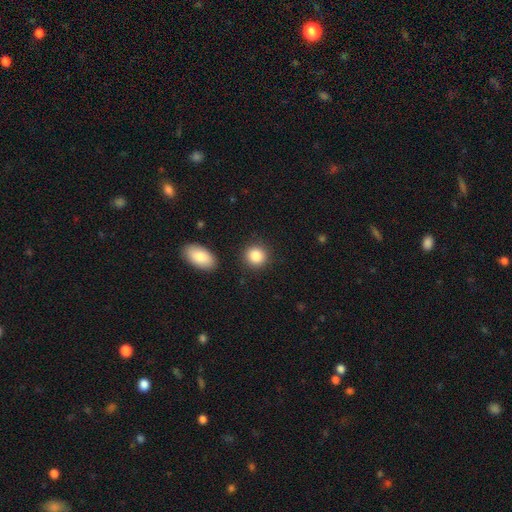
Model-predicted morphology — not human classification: Smooth or featured? smooth (87%)
How rounded? round (86%)
Merging? none (87%)